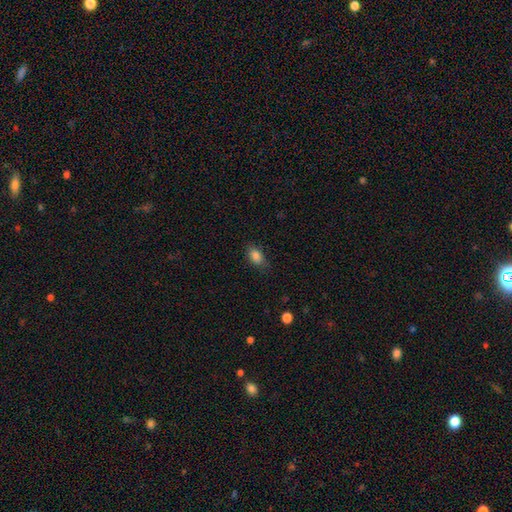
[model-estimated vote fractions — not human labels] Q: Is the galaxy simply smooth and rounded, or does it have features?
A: smooth — 85%.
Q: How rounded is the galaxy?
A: in between — 87%.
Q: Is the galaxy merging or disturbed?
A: none — 76%.